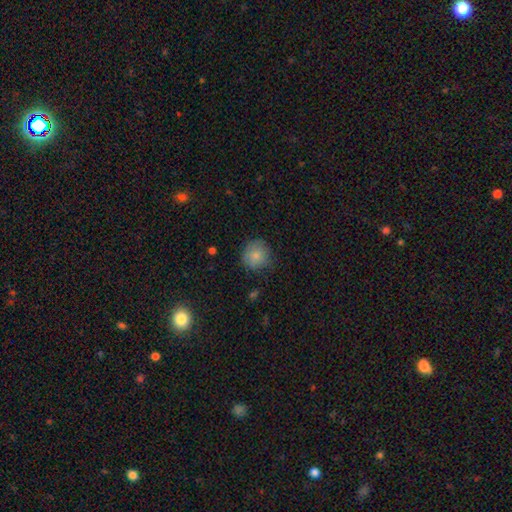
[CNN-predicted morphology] Smooth or featured?
  - smooth: 83% *
  - featured or disk: 9%
  - star or artifact: 8%
How rounded?
  - round: 90% *
  - in between: 9%
  - cigar-shaped: 1%
Merging?
  - none: 78% *
  - minor disturbance: 17%
  - major disturbance: 4%
  - merger: 1%